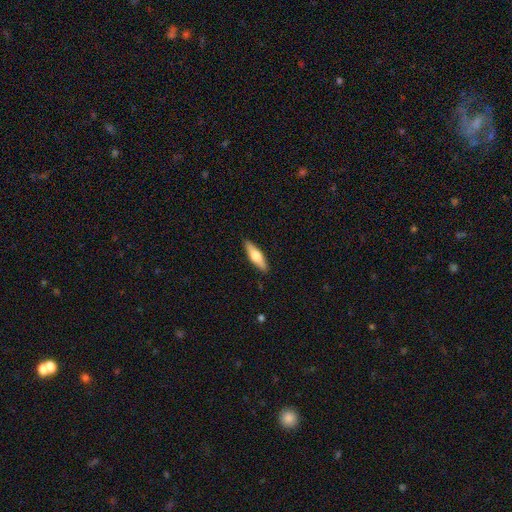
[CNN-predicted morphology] Smooth or featured: smooth — 58% (featured or disk — 36%)
How rounded: cigar-shaped — 57% (in between — 41%)
Merging: none — 89% (minor disturbance — 9%)